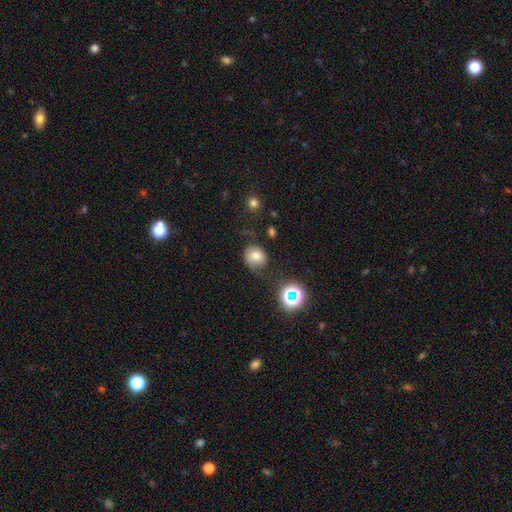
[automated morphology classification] A smooth galaxy with no disk features (61%) that is round (70%). Merging: none (55%).